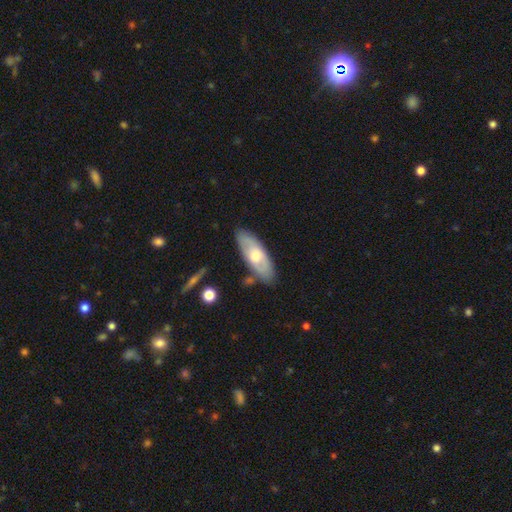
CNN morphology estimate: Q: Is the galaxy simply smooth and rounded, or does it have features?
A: smooth — 52%.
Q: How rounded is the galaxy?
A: in between — 74%.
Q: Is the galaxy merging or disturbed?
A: none — 79%.